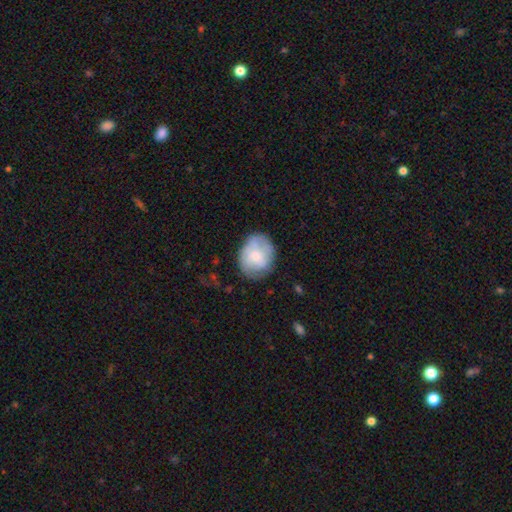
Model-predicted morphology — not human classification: The model was most divided on "how rounded": round: 57%, in between: 42%, cigar-shaped: 1%. More confident: merging — none (65%); smooth or featured — smooth (58%).